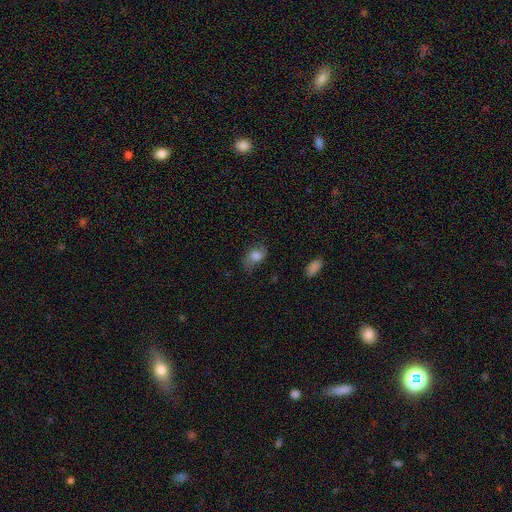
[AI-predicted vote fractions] smooth-or-featured: smooth: 69% | featured or disk: 21% | star or artifact: 10%
  how-rounded: in between: 77% | round: 21% | cigar-shaped: 2%
  merging: none: 59% | minor disturbance: 27% | major disturbance: 12% | merger: 2%